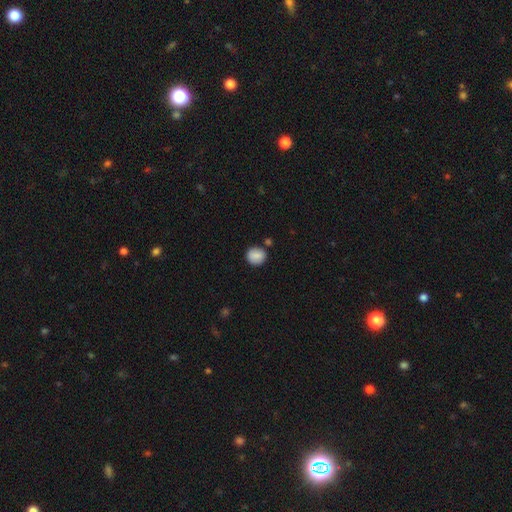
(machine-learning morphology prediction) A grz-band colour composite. It shows a smooth galaxy with no disk features (85%) that is round (82%). Merging: none (81%).